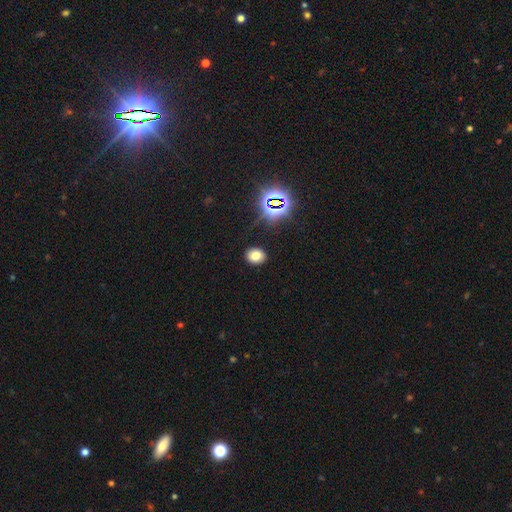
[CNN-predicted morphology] A smooth galaxy with no disk features (73%) that is in between round and cigar-shaped (51%).

Vote fractions:
- Smooth or featured? smooth: 73% / star or artifact: 19% / featured or disk: 8%
- How rounded? in between: 51% / round: 48% / cigar-shaped: 1%
- Merging? none: 88% / minor disturbance: 8% / major disturbance: 3% / merger: 1%